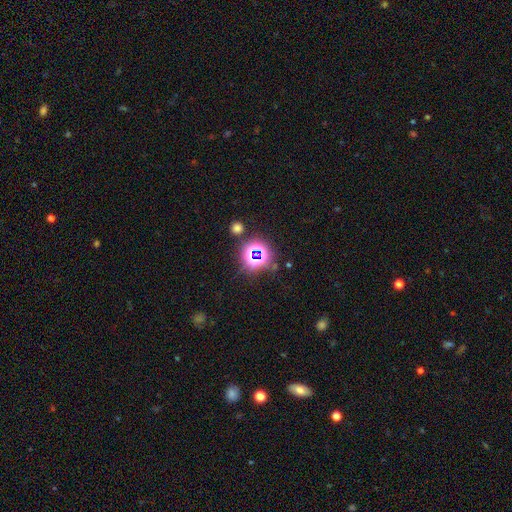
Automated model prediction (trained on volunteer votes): The model was most divided on "smooth or featured": star or artifact: 71%, smooth: 20%, featured or disk: 9%.